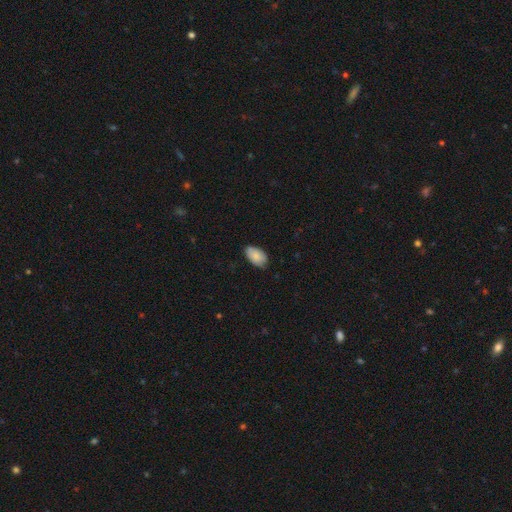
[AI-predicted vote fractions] A smooth galaxy with no disk features (84%) that is in between round and cigar-shaped (94%). Merging: none (74%).